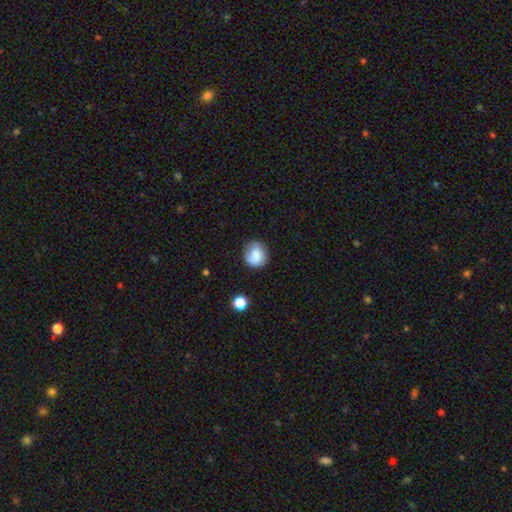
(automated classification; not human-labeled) Overall: smooth (79%). How rounded: round (82%). Merging: none (73%).